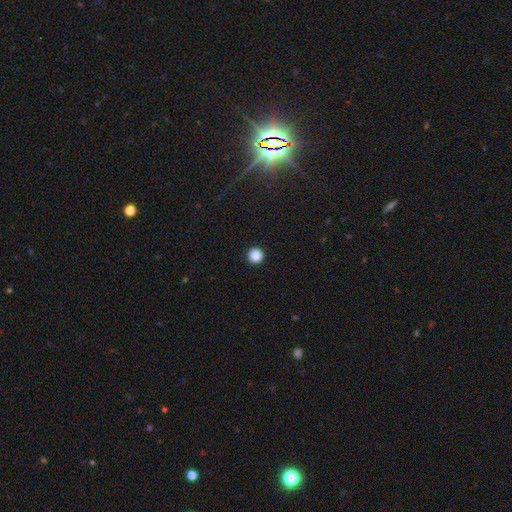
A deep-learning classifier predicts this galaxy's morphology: The model was most divided on "smooth or featured": smooth: 88%, star or artifact: 10%, featured or disk: 3%. More confident: how rounded — round (96%); merging — none (94%).